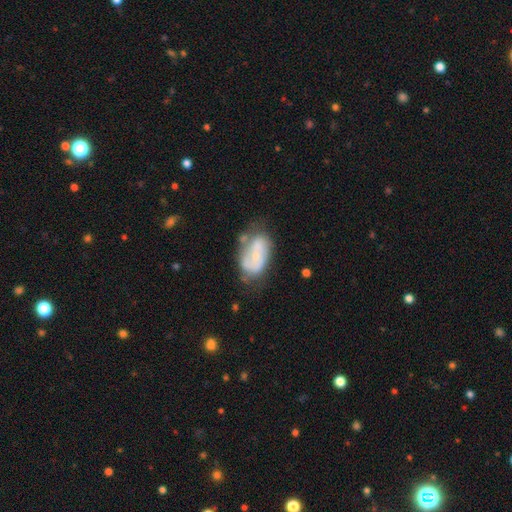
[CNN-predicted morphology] Smooth or featured?
  - featured or disk: 57% *
  - smooth: 35%
  - star or artifact: 8%
Edge-on disk?
  - no: 96% *
  - yes: 4%
Bar?
  - no: 72% *
  - weak: 22%
  - strong: 6%
Spiral arms?
  - yes: 57% *
  - no: 43%
Bulge size?
  - small: 64% *
  - moderate: 27%
  - none: 6%
  - large: 2%
  - dominant: 1%
Merging?
  - none: 44% *
  - minor disturbance: 29%
  - major disturbance: 15%
  - merger: 12%